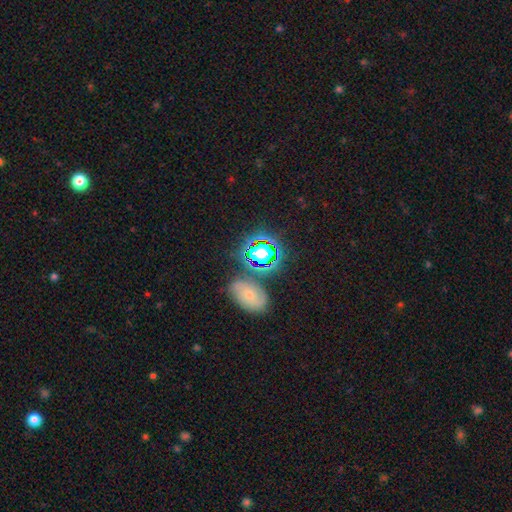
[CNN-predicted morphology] Q: Smooth or featured?
A: star or artifact (56%); runner-up: smooth (31%)